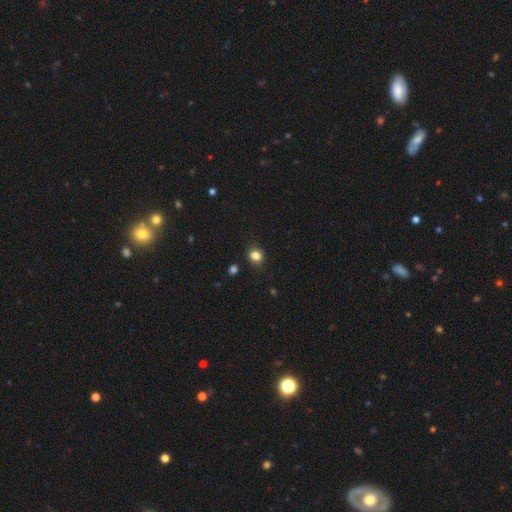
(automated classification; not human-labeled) Smooth or featured? smooth (82%)
How rounded? round (76%)
Merging? none (87%)